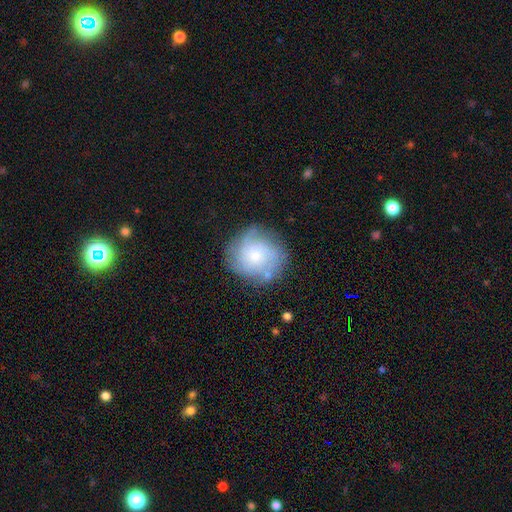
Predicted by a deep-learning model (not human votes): featured or disk 50%, smooth 41%, star or artifact 8%. Down the decision tree: edge-on disk — no (97%); merging — none (71%).